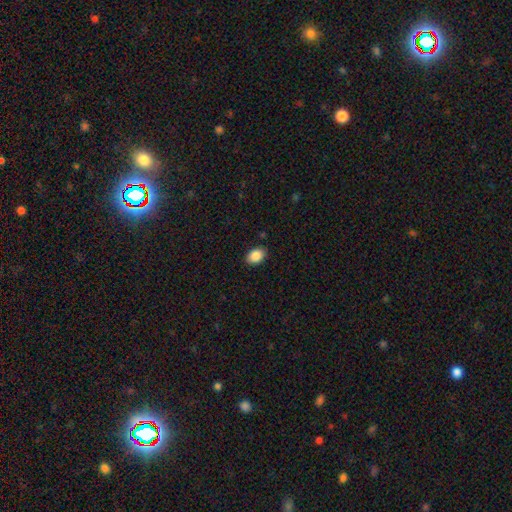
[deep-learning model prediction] Q: Smooth or featured?
A: smooth (88%); runner-up: star or artifact (8%)
Q: How rounded?
A: in between (83%); runner-up: round (16%)
Q: Merging?
A: none (88%); runner-up: minor disturbance (9%)